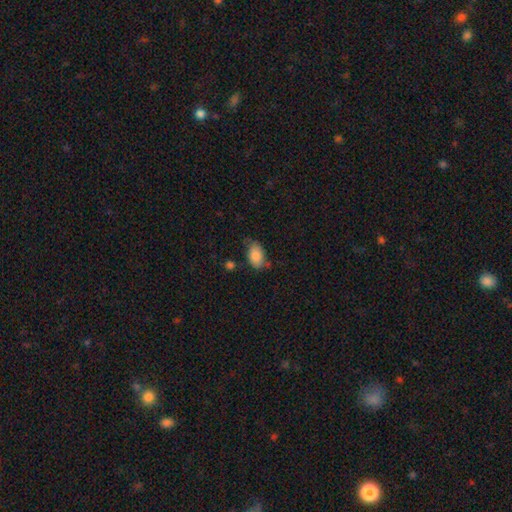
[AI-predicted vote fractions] smooth 83%, featured or disk 10%, star or artifact 7%. Down the decision tree: how rounded — in between (91%); merging — none (57%).